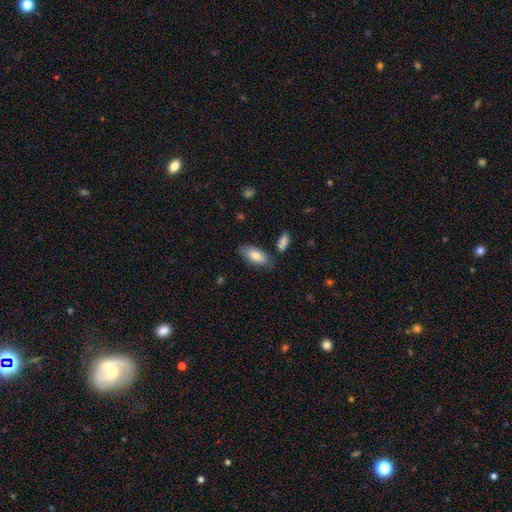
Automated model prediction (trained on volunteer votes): Smooth or featured?
  - smooth: 81% *
  - featured or disk: 13%
  - star or artifact: 6%
How rounded?
  - in between: 87% *
  - cigar-shaped: 11%
  - round: 2%
Merging?
  - none: 75% *
  - minor disturbance: 16%
  - merger: 6%
  - major disturbance: 4%